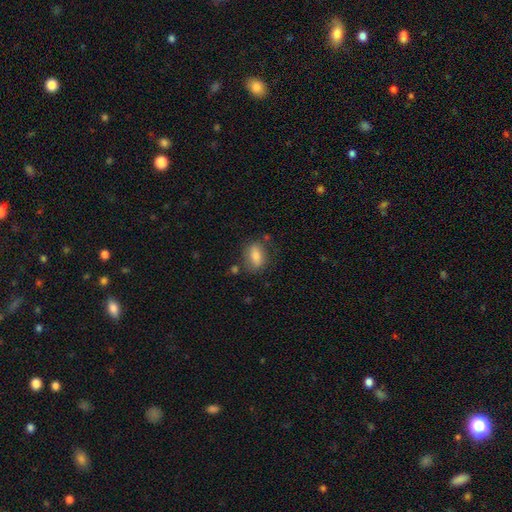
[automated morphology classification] This is likely a smooth galaxy (76%). How rounded: likely in between (80%). Merging: likely none (73%).